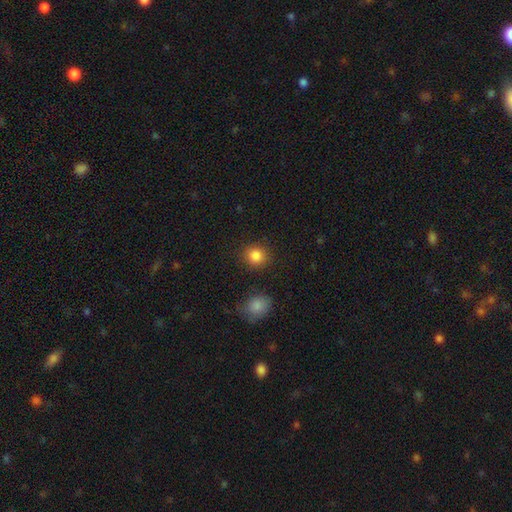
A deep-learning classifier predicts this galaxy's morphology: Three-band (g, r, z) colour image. It shows a smooth galaxy with no disk features (86%) that is round (86%). Merging: none (87%).